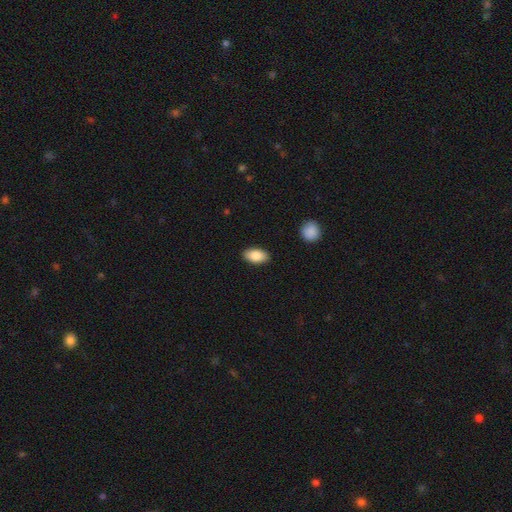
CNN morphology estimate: The model was most divided on "smooth or featured": smooth: 85%, featured or disk: 8%, star or artifact: 6%. More confident: how rounded — in between (93%); merging — none (89%).